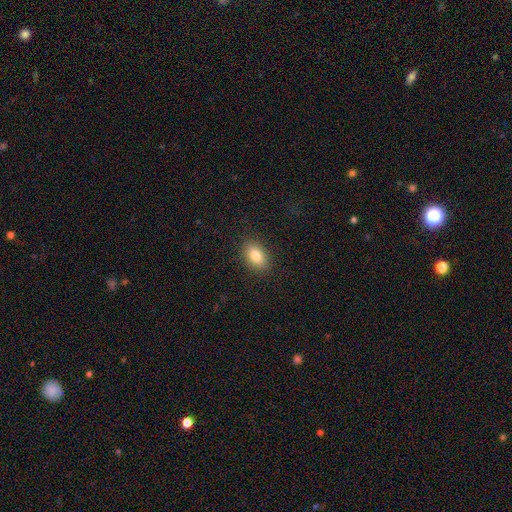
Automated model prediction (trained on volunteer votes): Overall: smooth (82%). How rounded: in between (88%). Merging: none (88%).